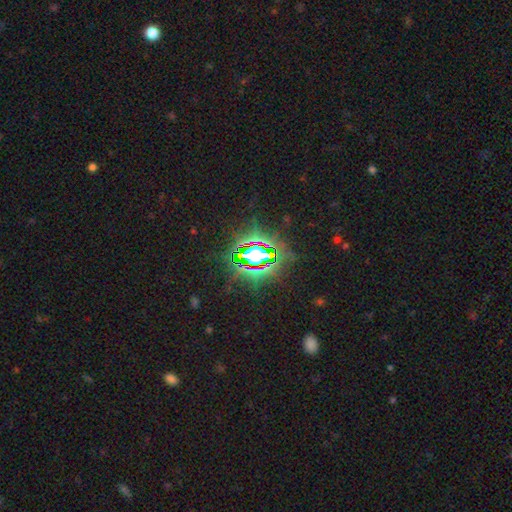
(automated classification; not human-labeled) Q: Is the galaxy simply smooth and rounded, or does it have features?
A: star or artifact — 83%.